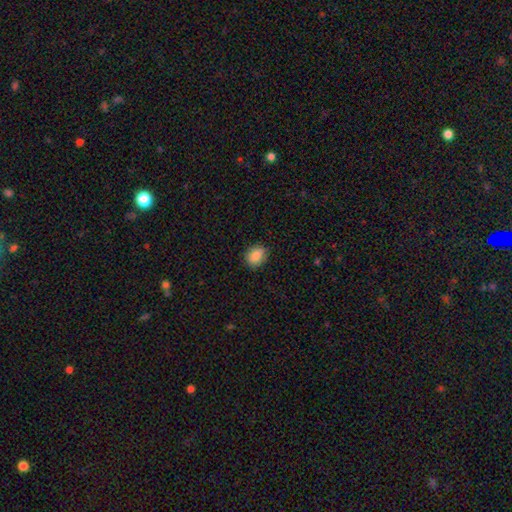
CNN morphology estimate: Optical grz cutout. It shows a smooth galaxy with no disk features (86%) that is in between round and cigar-shaped (49%, tied with round). Merging: none (85%).